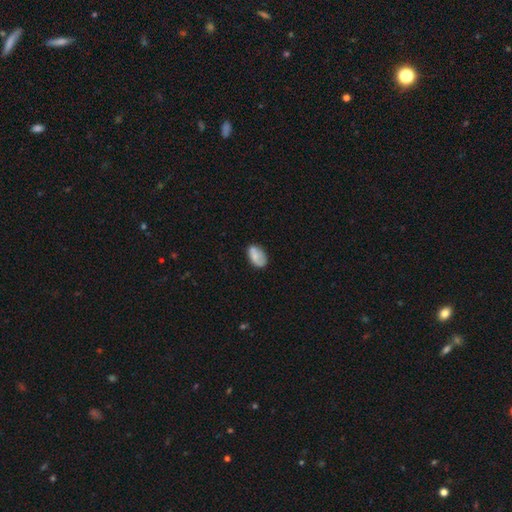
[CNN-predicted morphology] Smooth or featured?
  - smooth: 73% *
  - featured or disk: 20%
  - star or artifact: 7%
How rounded?
  - in between: 92% *
  - round: 7%
  - cigar-shaped: 2%
Merging?
  - none: 64% *
  - minor disturbance: 25%
  - major disturbance: 7%
  - merger: 4%